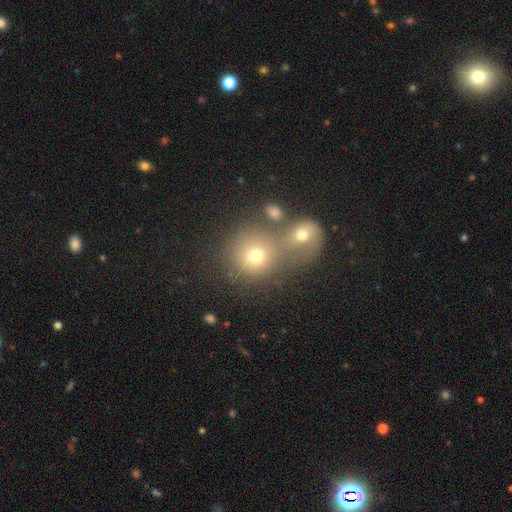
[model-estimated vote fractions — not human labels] Smooth or featured? Predicted: smooth (p=0.70). How rounded? Predicted: round (p=0.84). Merging? Predicted: merger (p=0.56).